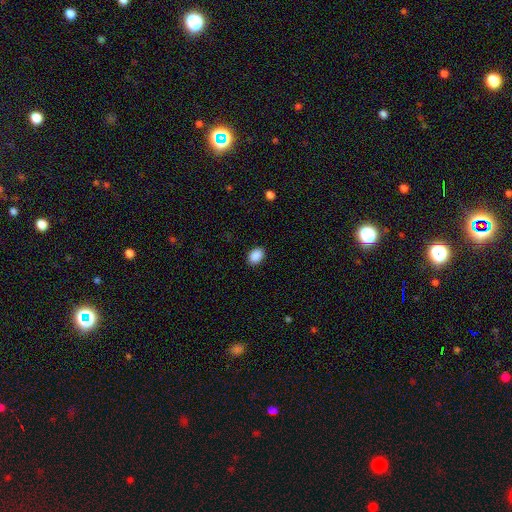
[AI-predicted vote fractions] This is clearly a smooth galaxy (90%). How rounded: clearly in between (82%). Merging: clearly none (90%).